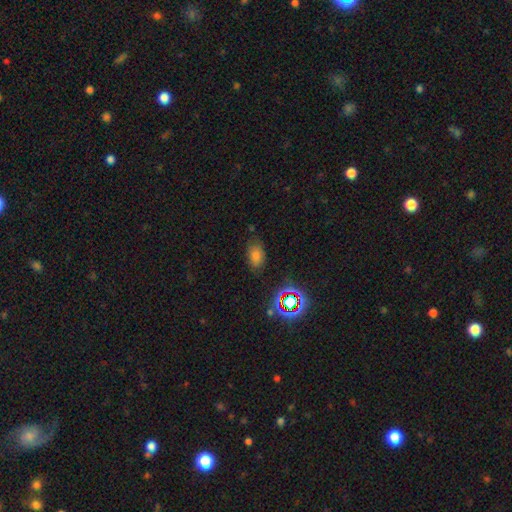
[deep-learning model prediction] This is likely a smooth galaxy (70%). How rounded: clearly in between (85%). Merging: likely none (79%).